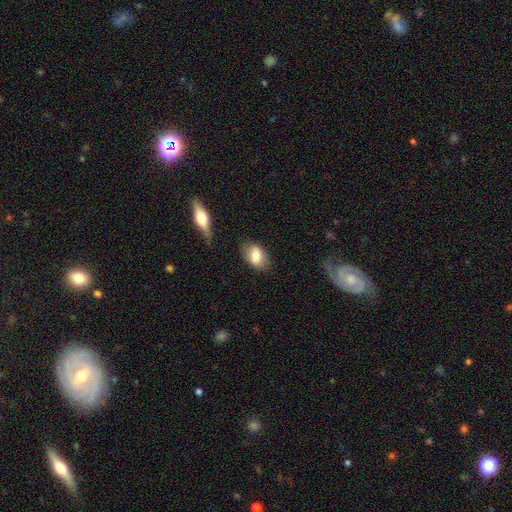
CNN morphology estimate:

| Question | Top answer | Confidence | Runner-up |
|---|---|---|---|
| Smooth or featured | smooth | 77% | featured or disk (16%) |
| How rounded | in between | 86% | round (11%) |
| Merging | none | 77% | minor disturbance (17%) |